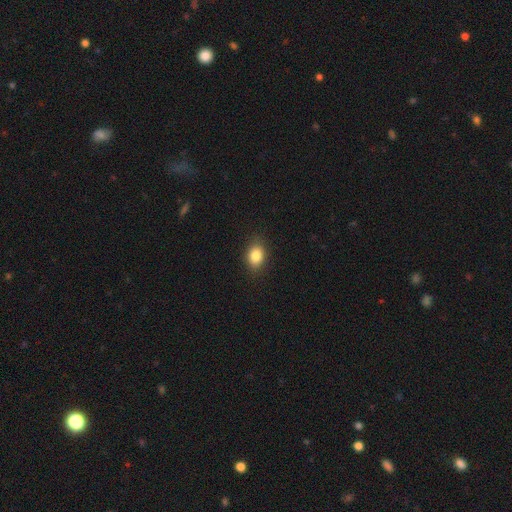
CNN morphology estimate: Smooth or featured? Predicted: smooth (p=0.84). How rounded? Predicted: in between (p=0.68). Merging? Predicted: none (p=0.87).